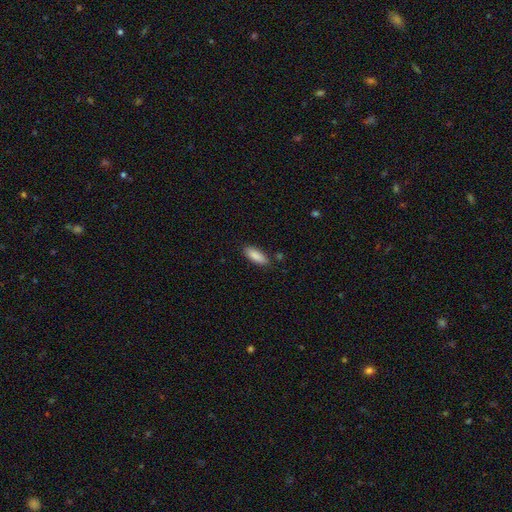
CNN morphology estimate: The model was most divided on "how rounded": in between: 72%, cigar-shaped: 26%, round: 2%. More confident: smooth or featured — smooth (88%); merging — none (82%).